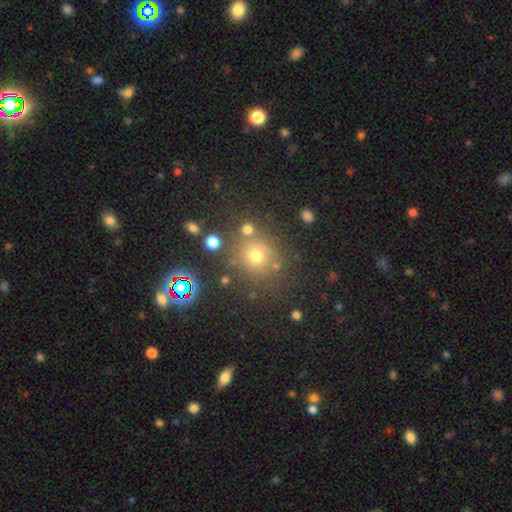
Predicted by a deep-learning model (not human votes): This is likely a smooth galaxy (65%). How rounded: clearly round (88%). Merging: likely none (76%).